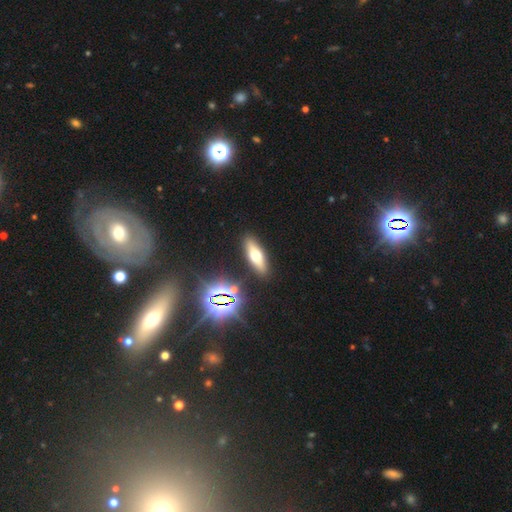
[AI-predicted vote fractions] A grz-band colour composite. It shows a smooth galaxy with no disk features (47%). Merging: none (89%).